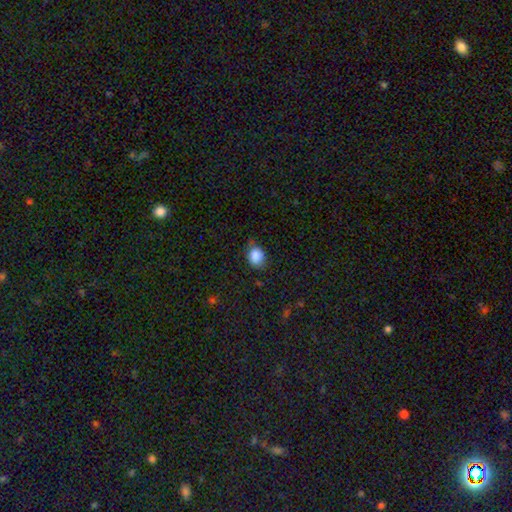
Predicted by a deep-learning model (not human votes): Q: Smooth or featured?
A: smooth (87%); runner-up: star or artifact (9%)
Q: How rounded?
A: round (51%); runner-up: in between (48%)
Q: Merging?
A: none (61%); runner-up: minor disturbance (30%)